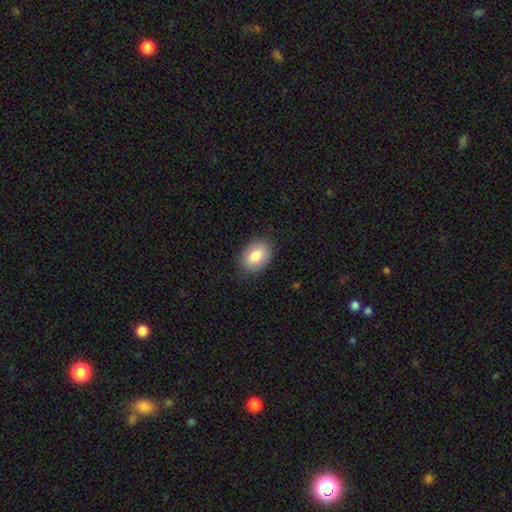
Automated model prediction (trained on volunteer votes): Morphology: type=smooth (83%); roundness=in between (85%); merging=none (85%).